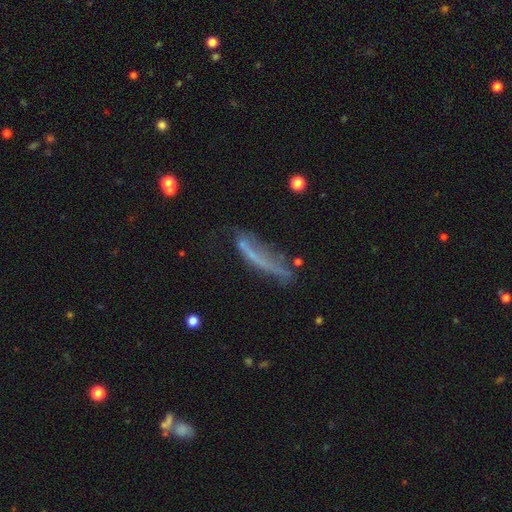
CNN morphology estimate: smooth-or-featured: featured or disk: 45% | smooth: 43% | star or artifact: 12%
  merging: none: 44% | minor disturbance: 28% | major disturbance: 21% | merger: 7%